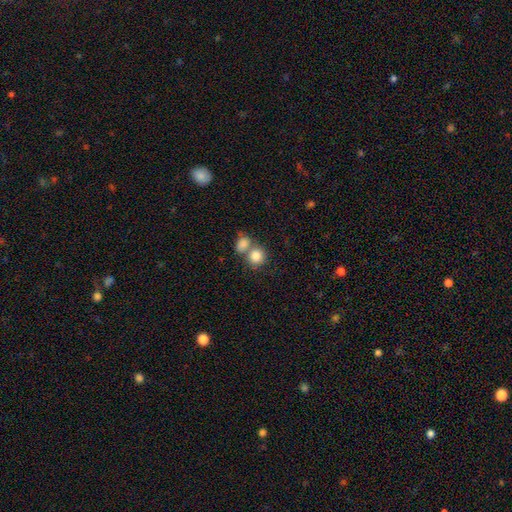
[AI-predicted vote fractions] A smooth galaxy with no disk features (83%) that is round (79%).

Vote fractions:
- Smooth or featured? smooth: 83% / star or artifact: 9% / featured or disk: 8%
- How rounded? round: 79% / in between: 20% / cigar-shaped: 1%
- Merging? merger: 49% / none: 39% / minor disturbance: 8% / major disturbance: 4%